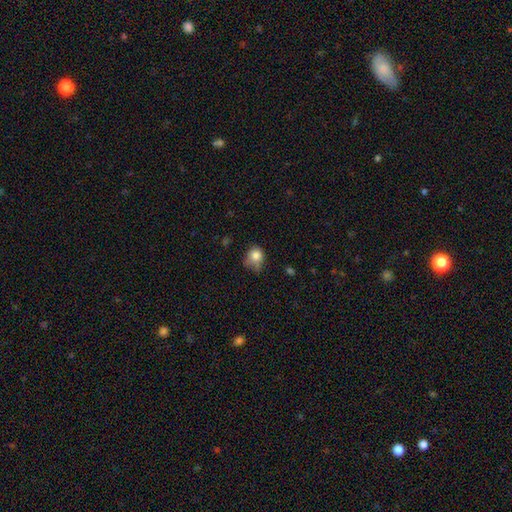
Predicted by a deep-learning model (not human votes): Smooth or featured?
  - smooth: 81% *
  - star or artifact: 10%
  - featured or disk: 9%
How rounded?
  - round: 70% *
  - in between: 29%
  - cigar-shaped: 1%
Merging?
  - none: 45% *
  - minor disturbance: 37%
  - major disturbance: 13%
  - merger: 5%